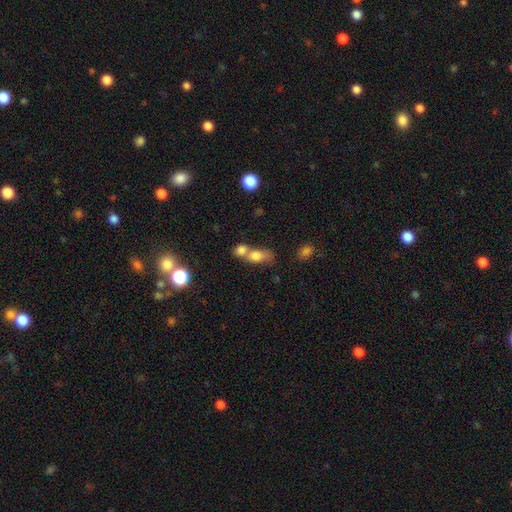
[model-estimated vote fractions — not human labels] A smooth galaxy with no disk features (76%) that is in between round and cigar-shaped (72%).

Vote fractions:
- Smooth or featured? smooth: 76% / featured or disk: 14% / star or artifact: 10%
- How rounded? in between: 72% / round: 21% / cigar-shaped: 7%
- Merging? merger: 67% / none: 20% / minor disturbance: 8% / major disturbance: 6%